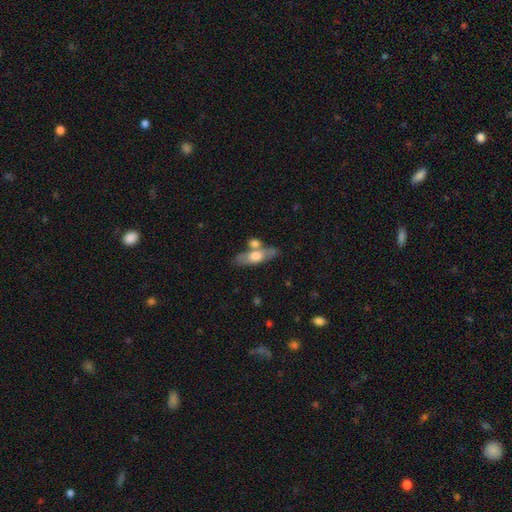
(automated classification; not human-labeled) smooth-or-featured: smooth: 55% | featured or disk: 39% | star or artifact: 6%
  how-rounded: in between: 59% | cigar-shaped: 36% | round: 5%
  merging: none: 58% | merger: 24% | minor disturbance: 14% | major disturbance: 5%